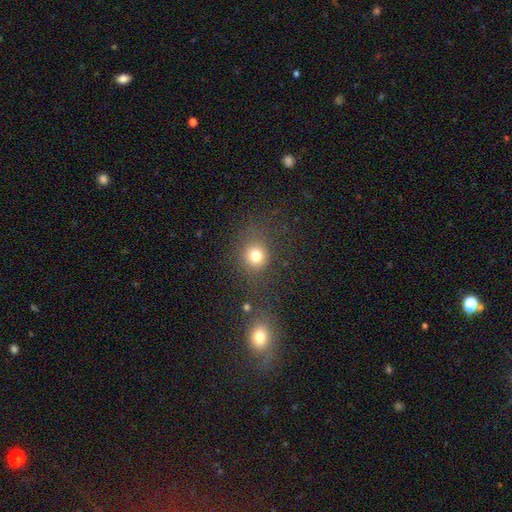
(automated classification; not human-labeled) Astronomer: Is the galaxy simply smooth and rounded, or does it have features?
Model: smooth — 77%.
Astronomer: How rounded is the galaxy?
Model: round — 85%.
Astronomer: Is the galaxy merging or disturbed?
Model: none — 75%.